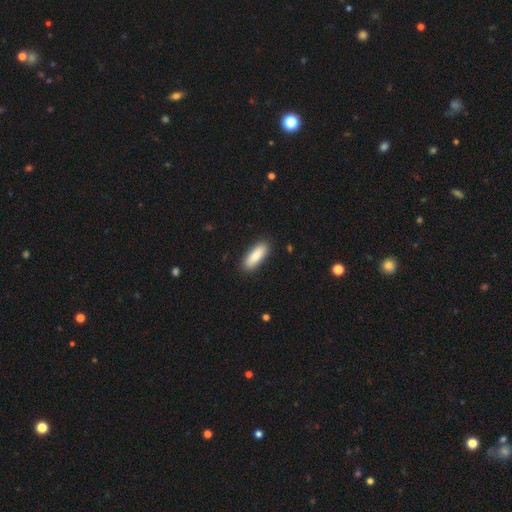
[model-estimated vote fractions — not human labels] Overall: smooth (86%). How rounded: in between (64%; cigar-shaped 35%). Merging: none (89%).